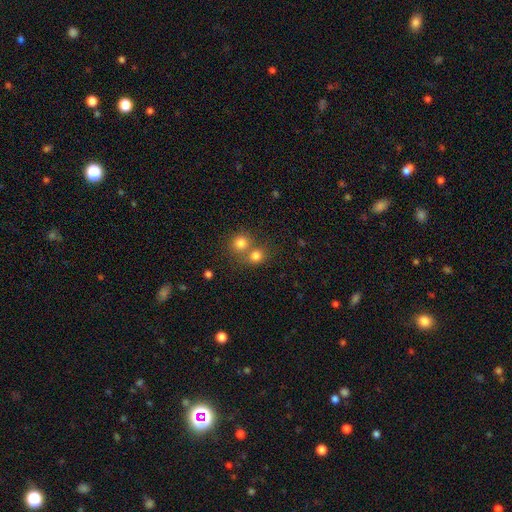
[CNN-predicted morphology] Smooth or featured?
  - smooth: 78% *
  - star or artifact: 14%
  - featured or disk: 8%
How rounded?
  - round: 84% *
  - in between: 15%
  - cigar-shaped: 1%
Merging?
  - none: 48% *
  - merger: 43%
  - minor disturbance: 6%
  - major disturbance: 3%